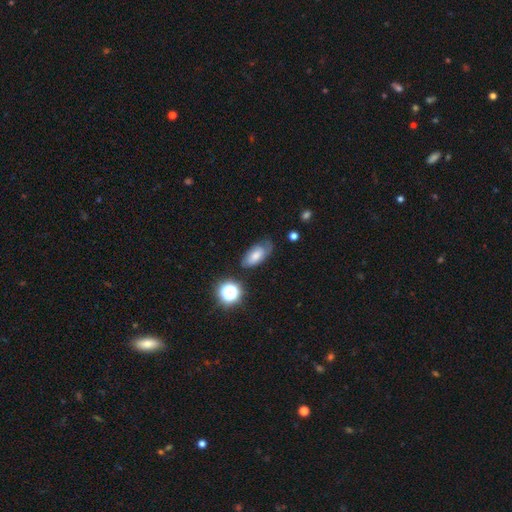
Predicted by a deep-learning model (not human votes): Morphology: type=smooth (52%); roundness=in between (88%); merging=none (59%).